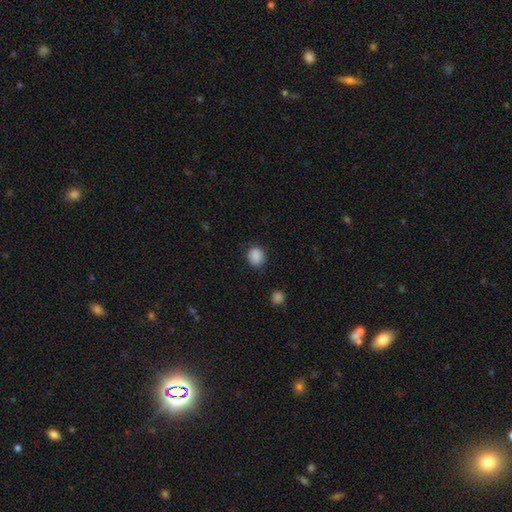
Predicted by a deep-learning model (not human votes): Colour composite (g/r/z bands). It shows a smooth galaxy with no disk features (88%) that is round (75%). Merging: none (83%).